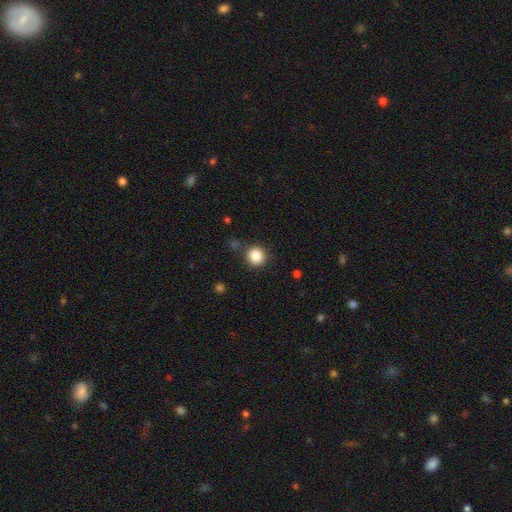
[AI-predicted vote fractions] This is clearly a smooth galaxy (85%). How rounded: clearly round (93%). Merging: clearly none (87%).